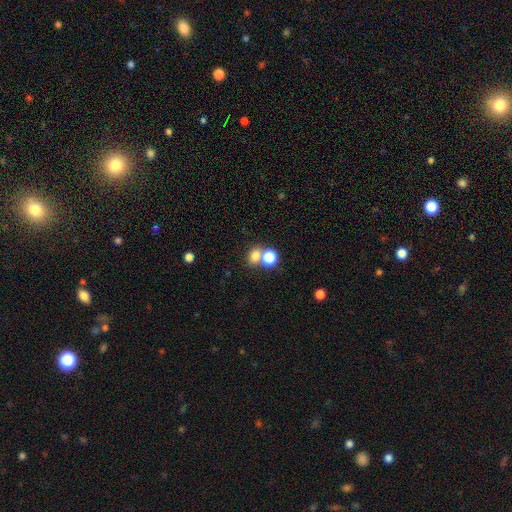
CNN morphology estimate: Smooth or featured: smooth — 75% (star or artifact — 16%)
How rounded: round — 53% (in between — 46%)
Merging: none — 50% (merger — 37%)